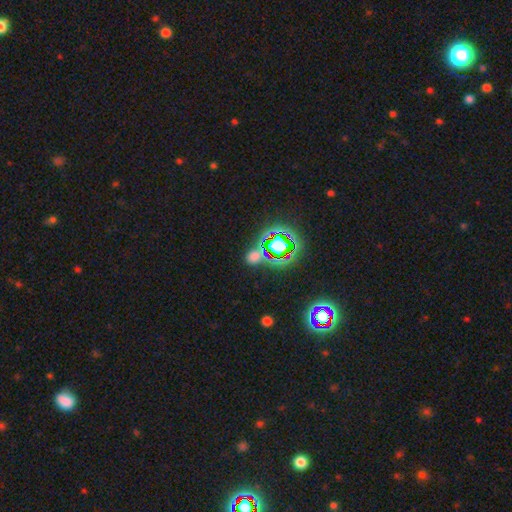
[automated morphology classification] The model was most divided on "smooth or featured": star or artifact: 53%, smooth: 36%, featured or disk: 10%.